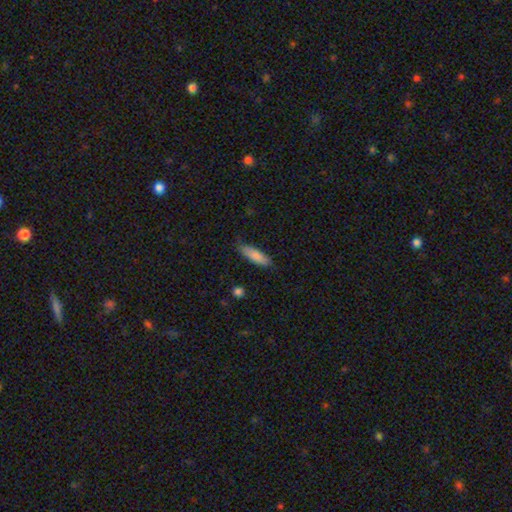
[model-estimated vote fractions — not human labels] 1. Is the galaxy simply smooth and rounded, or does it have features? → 84% smooth, 10% featured or disk, 6% star or artifact.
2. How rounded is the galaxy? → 51% cigar-shaped, 47% in between, 2% round.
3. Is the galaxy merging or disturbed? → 78% none, 17% minor disturbance, 3% major disturbance, 1% merger.